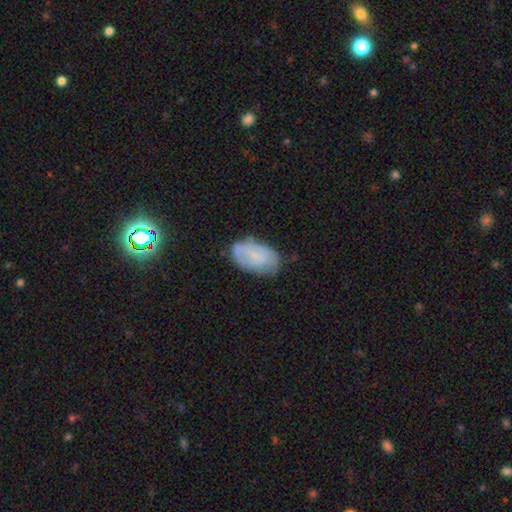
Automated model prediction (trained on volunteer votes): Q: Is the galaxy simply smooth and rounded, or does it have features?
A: smooth — 57%.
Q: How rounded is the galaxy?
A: in between — 93%.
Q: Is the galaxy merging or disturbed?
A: none — 60%.